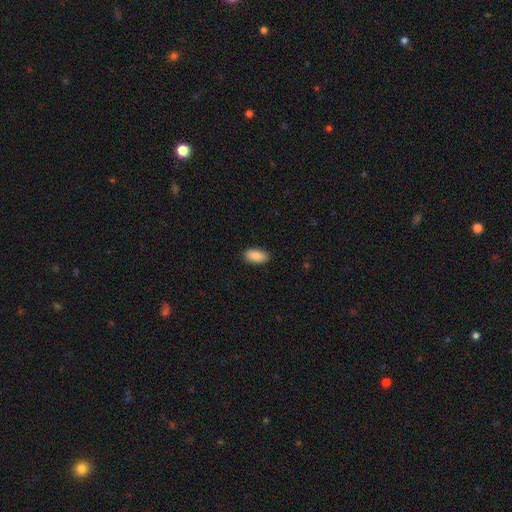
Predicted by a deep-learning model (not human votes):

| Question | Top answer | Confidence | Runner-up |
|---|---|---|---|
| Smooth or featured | smooth | 89% | star or artifact (6%) |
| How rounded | in between | 92% | cigar-shaped (6%) |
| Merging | none | 89% | minor disturbance (8%) |